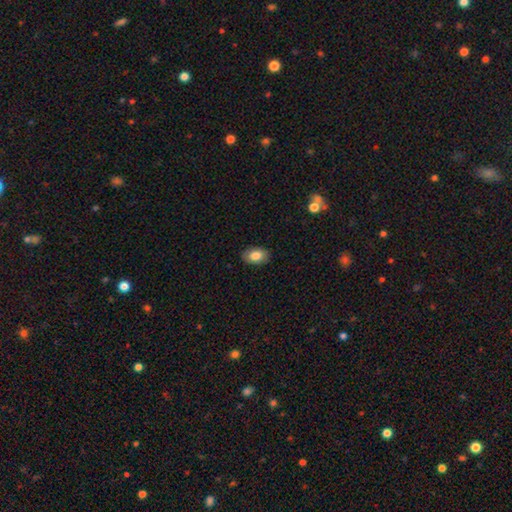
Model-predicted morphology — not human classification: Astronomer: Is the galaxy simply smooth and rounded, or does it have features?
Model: smooth — 83%.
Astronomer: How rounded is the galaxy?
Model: in between — 88%.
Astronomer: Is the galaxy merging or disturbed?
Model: none — 88%.